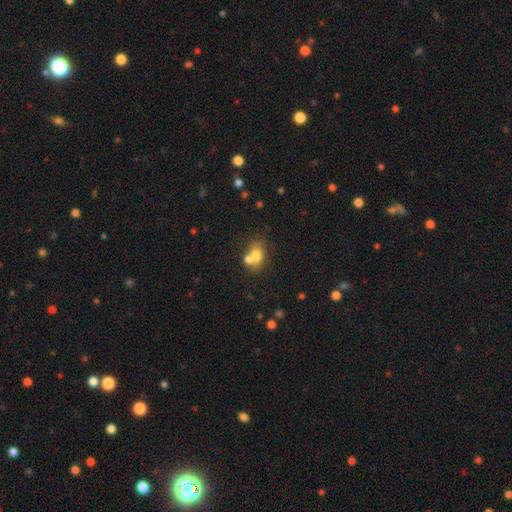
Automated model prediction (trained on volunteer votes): Smooth or featured: smooth — 72% (featured or disk — 17%)
How rounded: in between — 60% (round — 38%)
Merging: merger — 43% (none — 41%)